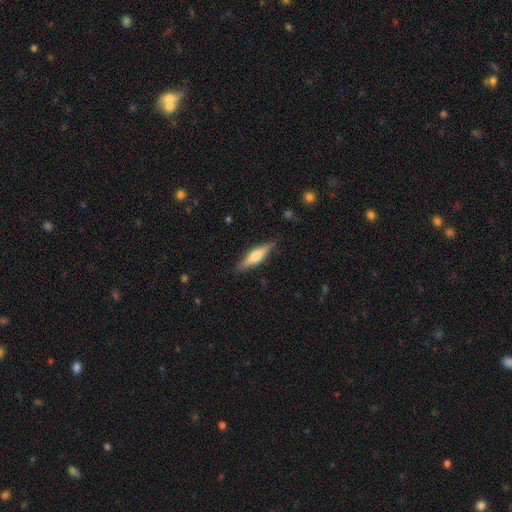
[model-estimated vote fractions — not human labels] Q: Smooth or featured?
A: featured or disk (52%); runner-up: smooth (42%)
Q: Edge-on disk?
A: yes (95%); runner-up: no (5%)
Q: Merging?
A: none (86%); runner-up: minor disturbance (10%)